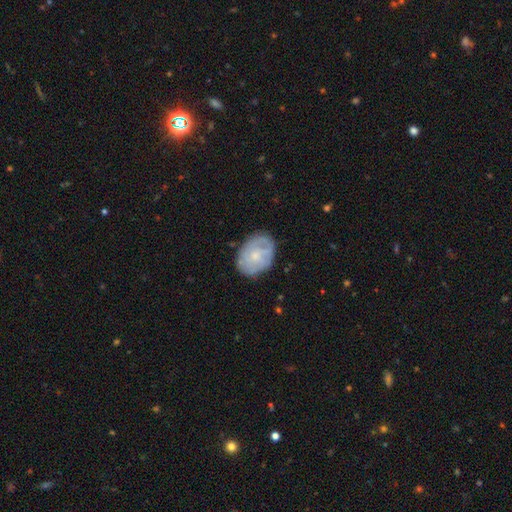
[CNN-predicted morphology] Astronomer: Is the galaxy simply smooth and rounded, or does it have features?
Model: smooth — 47% (runner-up: featured or disk, 46%).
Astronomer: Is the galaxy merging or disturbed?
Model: none — 73%.